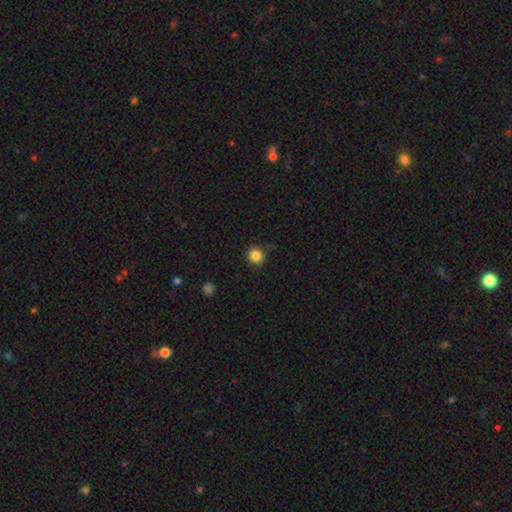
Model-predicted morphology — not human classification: Smooth or featured? Predicted: smooth (p=0.85). How rounded? Predicted: round (p=0.93). Merging? Predicted: none (p=0.85).